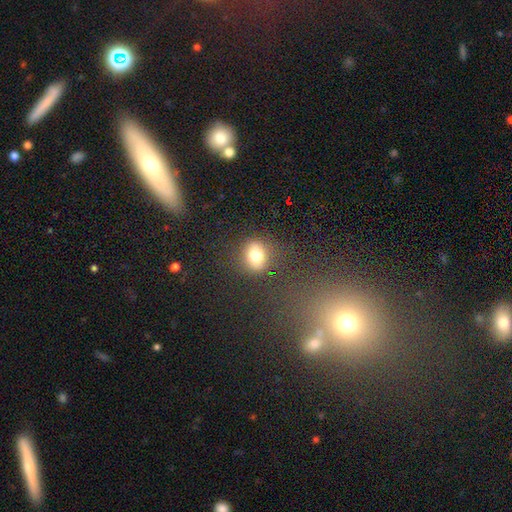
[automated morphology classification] Q: Smooth or featured?
A: smooth (76%); runner-up: star or artifact (13%)
Q: How rounded?
A: round (60%); runner-up: in between (38%)
Q: Merging?
A: none (79%); runner-up: minor disturbance (13%)